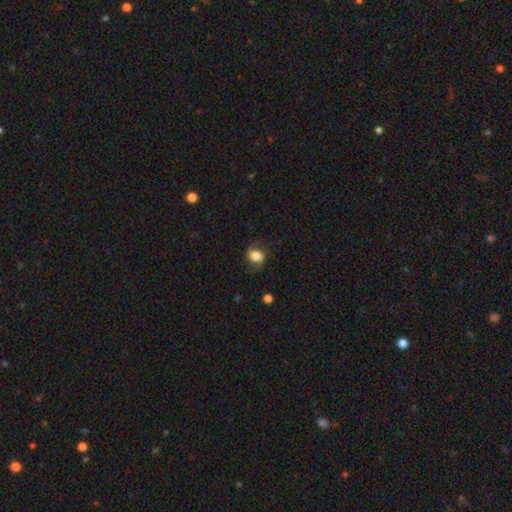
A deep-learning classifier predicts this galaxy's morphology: A smooth galaxy with no disk features (73%) that is in between round and cigar-shaped (55%). Merging: none (70%).